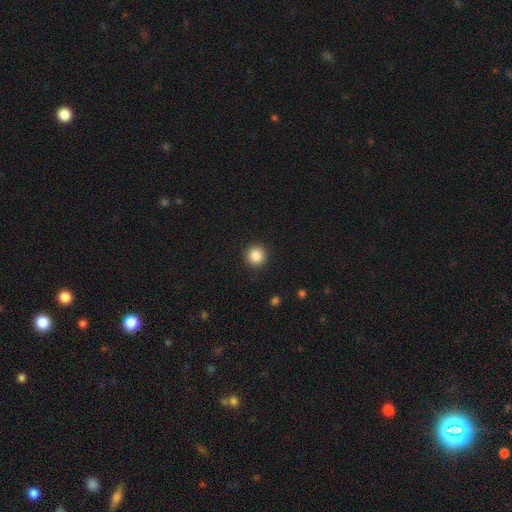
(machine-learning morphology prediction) The model was most divided on "smooth or featured": smooth: 86%, star or artifact: 10%, featured or disk: 4%. More confident: how rounded — round (95%); merging — none (92%).